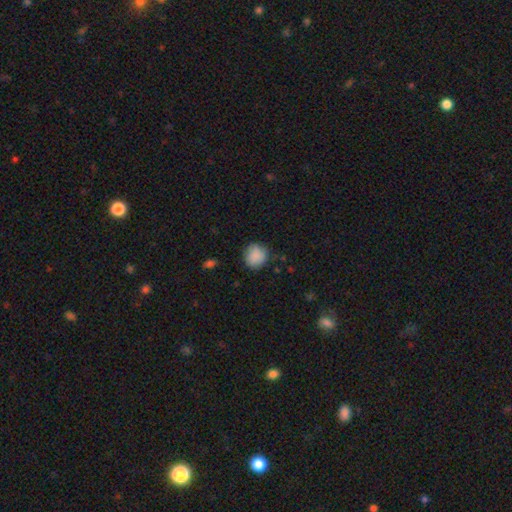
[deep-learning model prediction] This appears to be a smooth galaxy with no disk features (87%) that is round (84%). Merging: none (79%).